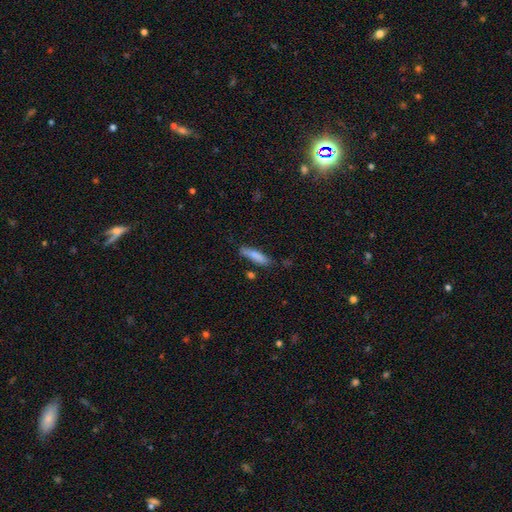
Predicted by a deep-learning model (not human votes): Smooth or featured?
  - smooth: 80% *
  - featured or disk: 13%
  - star or artifact: 7%
How rounded?
  - cigar-shaped: 78% *
  - in between: 20%
  - round: 2%
Merging?
  - none: 72% *
  - minor disturbance: 19%
  - merger: 5%
  - major disturbance: 4%